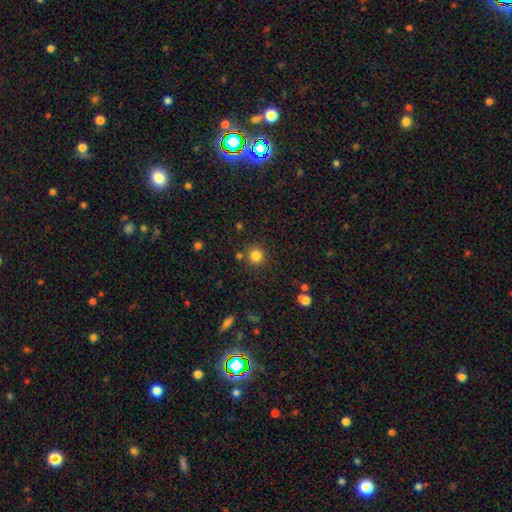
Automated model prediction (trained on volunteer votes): Q: Smooth or featured?
A: smooth (83%); runner-up: star or artifact (12%)
Q: How rounded?
A: round (91%); runner-up: in between (8%)
Q: Merging?
A: none (82%); runner-up: minor disturbance (8%)